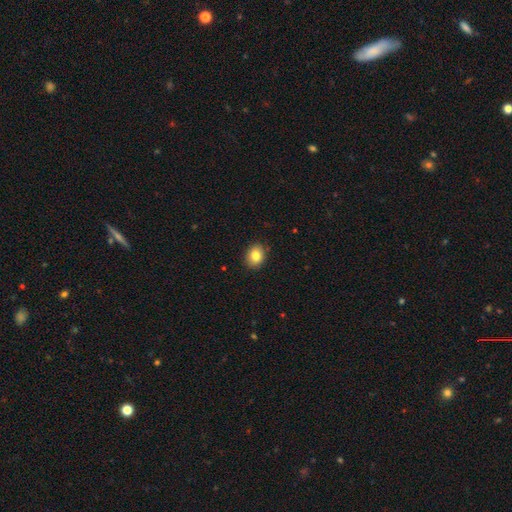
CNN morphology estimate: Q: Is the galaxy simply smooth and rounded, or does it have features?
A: smooth — 84%.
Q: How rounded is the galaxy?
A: round — 51%.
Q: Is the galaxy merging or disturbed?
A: none — 89%.